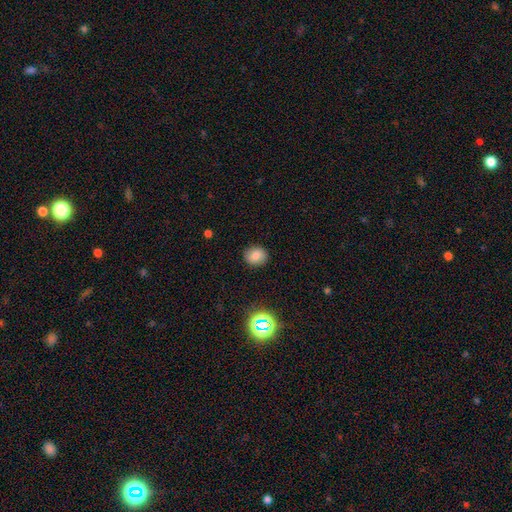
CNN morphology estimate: Smooth or featured?
  - smooth: 81% *
  - star or artifact: 12%
  - featured or disk: 7%
How rounded?
  - round: 71% *
  - in between: 28%
  - cigar-shaped: 1%
Merging?
  - none: 89% *
  - minor disturbance: 8%
  - major disturbance: 2%
  - merger: 1%